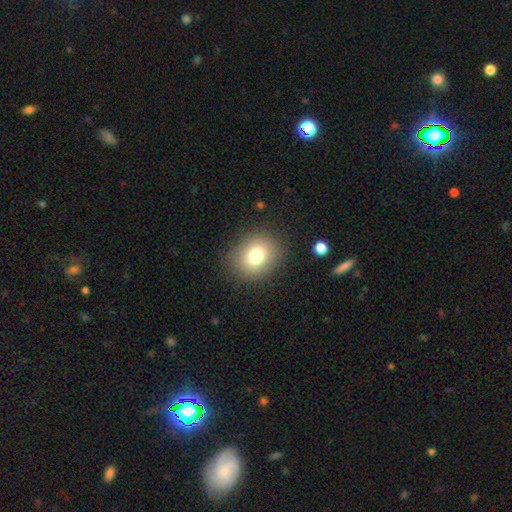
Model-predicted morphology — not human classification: smooth_or_featured: smooth (p=0.77) [alt: star or artifact p=0.12]
how_rounded: round (p=0.63) [alt: in between p=0.36]
merging: none (p=0.86) [alt: minor disturbance p=0.09]